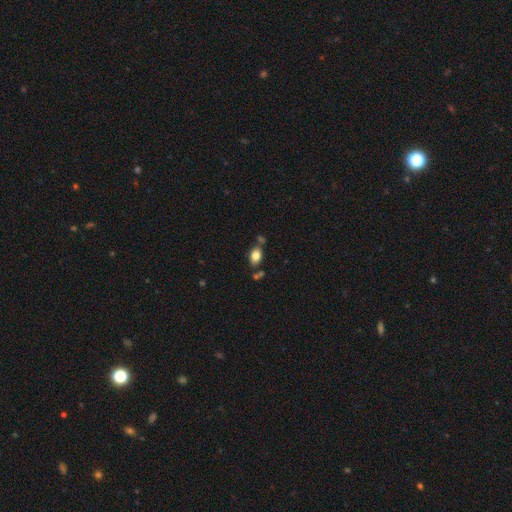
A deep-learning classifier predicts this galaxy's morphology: This is clearly a smooth galaxy (81%). How rounded: likely in between (76%). Merging: likely none (68%).